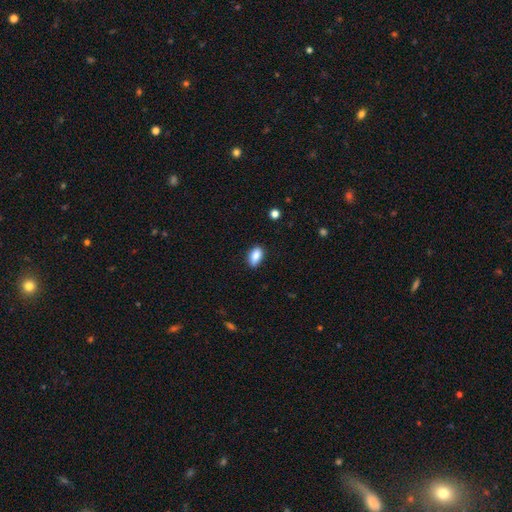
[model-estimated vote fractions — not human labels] This appears to be a smooth galaxy with no disk features (86%) that is in between round and cigar-shaped (90%). Merging: none (82%).